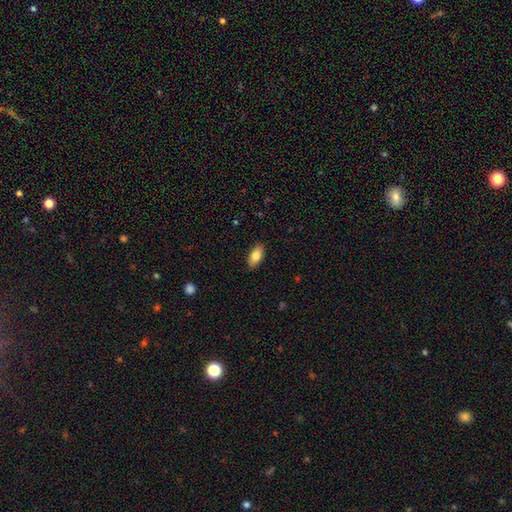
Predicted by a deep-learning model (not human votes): Overall: smooth (81%). How rounded: in between (89%). Merging: none (88%).